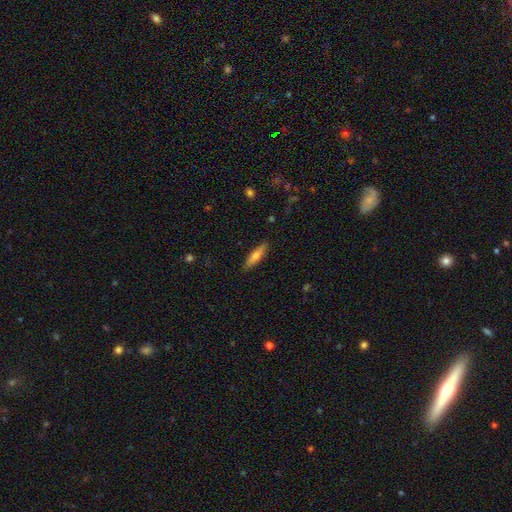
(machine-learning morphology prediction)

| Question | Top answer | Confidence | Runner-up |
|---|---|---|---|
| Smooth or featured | smooth | 69% | featured or disk (25%) |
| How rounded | cigar-shaped | 70% | in between (29%) |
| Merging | none | 89% | minor disturbance (8%) |